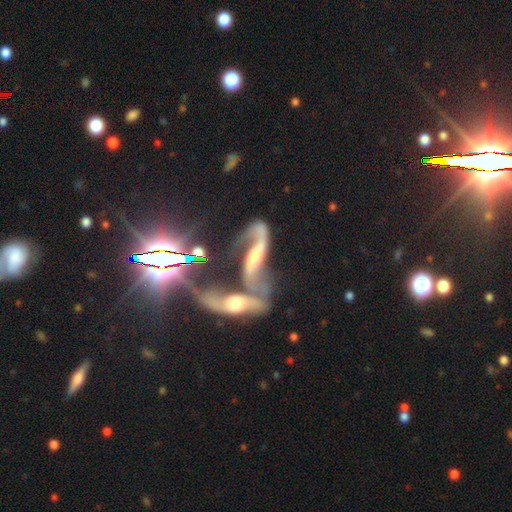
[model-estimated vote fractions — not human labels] Smooth or featured?
  - featured or disk: 68% *
  - star or artifact: 20%
  - smooth: 12%
Edge-on disk?
  - no: 81% *
  - yes: 19%
Bar?
  - no: 36% *
  - weak: 34%
  - strong: 31%
Spiral arms?
  - yes: 86% *
  - no: 14%
Bulge size?
  - moderate: 43% *
  - small: 38%
  - none: 11%
  - large: 6%
  - dominant: 2%
Merging?
  - merger: 60% *
  - none: 20%
  - major disturbance: 11%
  - minor disturbance: 9%